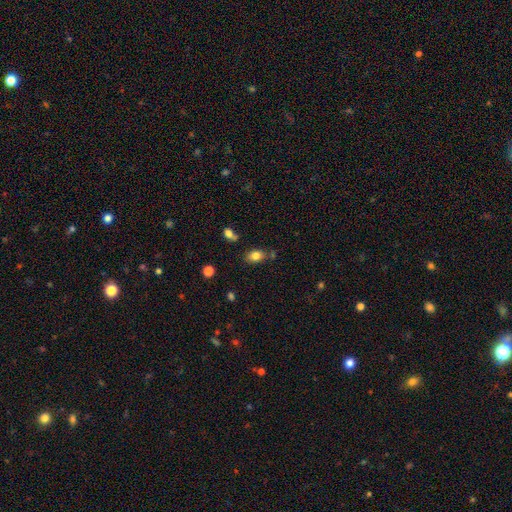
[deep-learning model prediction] smooth_or_featured: smooth (p=0.81) [alt: star or artifact p=0.10]
how_rounded: in between (p=0.82) [alt: round p=0.16]
merging: none (p=0.69) [alt: minor disturbance p=0.17]